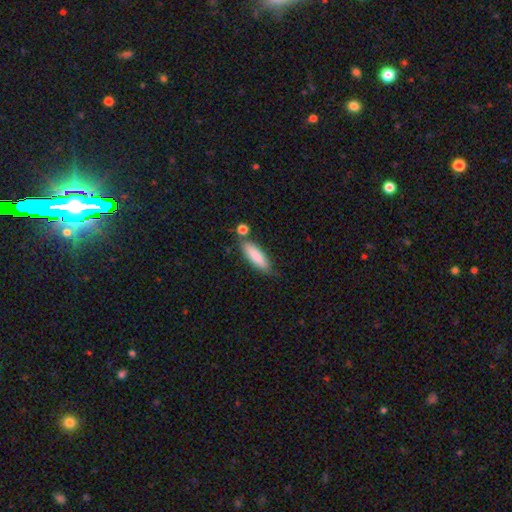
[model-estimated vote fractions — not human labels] smooth-or-featured: smooth: 83% | featured or disk: 11% | star or artifact: 6%
  how-rounded: cigar-shaped: 56% | in between: 42% | round: 2%
  merging: none: 71% | minor disturbance: 15% | merger: 10% | major disturbance: 3%